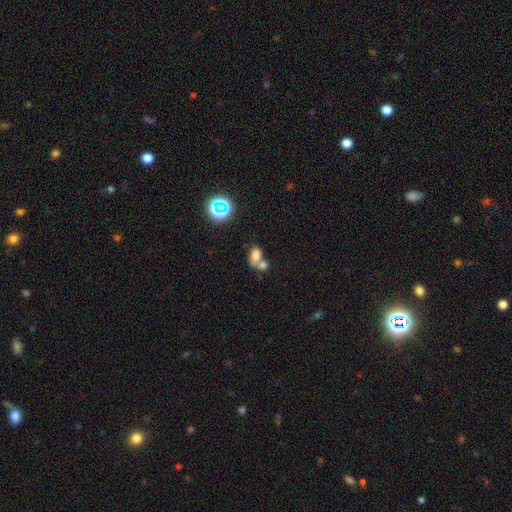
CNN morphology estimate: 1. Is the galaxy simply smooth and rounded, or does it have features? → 73% smooth, 15% star or artifact, 12% featured or disk.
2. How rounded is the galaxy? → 80% in between, 18% round, 2% cigar-shaped.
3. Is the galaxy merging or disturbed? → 61% merger, 26% none, 9% minor disturbance, 5% major disturbance.